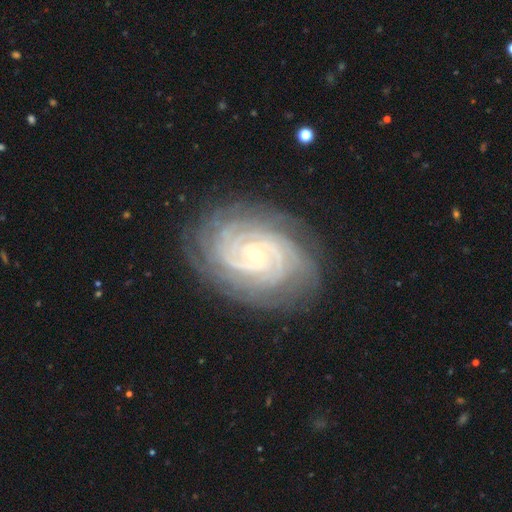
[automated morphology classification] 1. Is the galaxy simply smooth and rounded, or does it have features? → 91% featured or disk, 5% star or artifact, 4% smooth.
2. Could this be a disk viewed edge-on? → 97% no, 3% yes.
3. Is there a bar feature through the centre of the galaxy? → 66% no, 23% weak, 11% strong.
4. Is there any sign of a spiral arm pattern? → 99% yes, 1% no.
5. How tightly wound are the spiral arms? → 86% tight, 12% medium, 2% loose.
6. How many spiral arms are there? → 22% 4, 18% more than 4, 17% 2, 17% 3, 17% can't tell, 8% 1.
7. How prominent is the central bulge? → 87% small, 10% moderate, 1% none, 1% large, 1% dominant.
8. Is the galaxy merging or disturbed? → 83% none, 13% minor disturbance, 3% major disturbance, 1% merger.